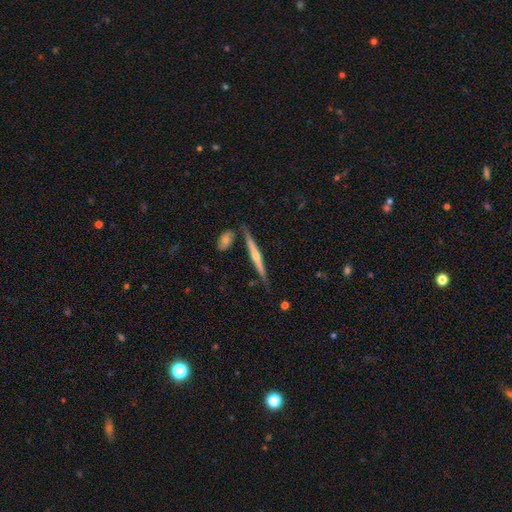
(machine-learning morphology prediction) This is likely a featured or disk galaxy (77%). It is clearly viewed edge-on (98%). Edge-on bulge: clearly rounded (82%). Merging: clearly none (83%).